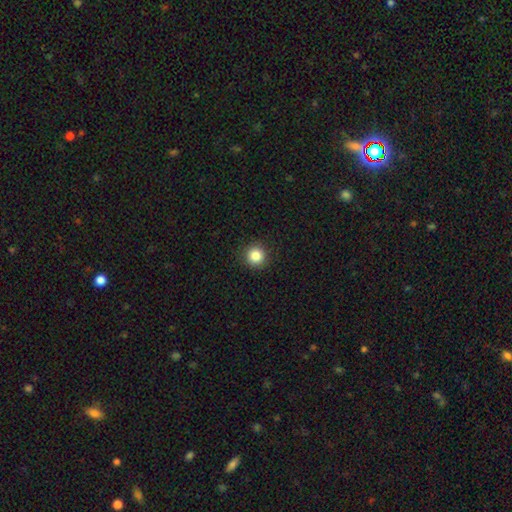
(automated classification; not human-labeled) Q: Smooth or featured?
A: smooth (85%); runner-up: star or artifact (11%)
Q: How rounded?
A: round (95%); runner-up: in between (4%)
Q: Merging?
A: none (92%); runner-up: minor disturbance (5%)